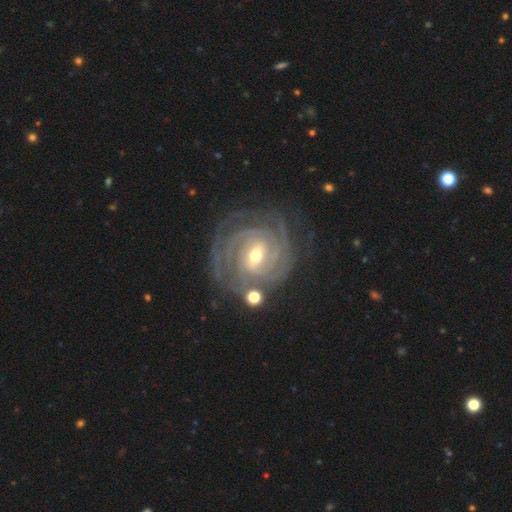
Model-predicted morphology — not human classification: Q: Smooth or featured?
A: featured or disk (90%); runner-up: star or artifact (5%)
Q: Edge-on disk?
A: no (97%); runner-up: yes (3%)
Q: Bar?
A: weak (49%); runner-up: strong (30%)
Q: Spiral arms?
A: yes (97%); runner-up: no (3%)
Q: Spiral winding?
A: tight (80%); runner-up: medium (17%)
Q: Spiral arm count?
A: 3 (24%); runner-up: can't tell (23%)
Q: Bulge size?
A: moderate (52%); runner-up: small (44%)
Q: Merging?
A: none (73%); runner-up: minor disturbance (16%)